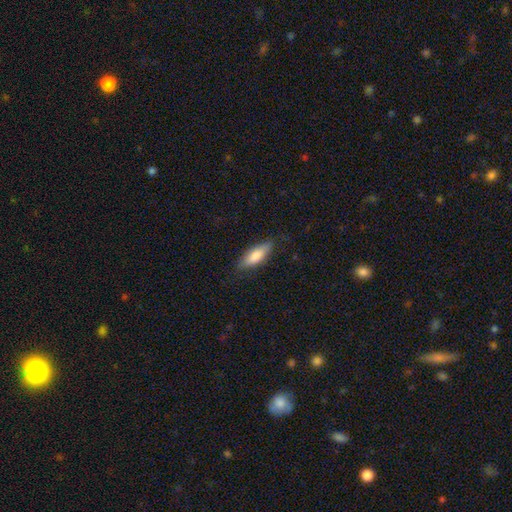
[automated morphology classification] A smooth galaxy with no disk features (78%) that is in between round and cigar-shaped (62%). Merging: none (80%).